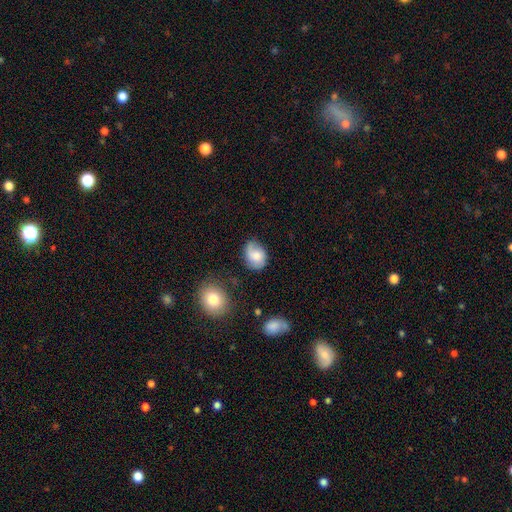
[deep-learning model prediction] smooth 63%, featured or disk 29%, star or artifact 8%. Down the decision tree: how rounded — in between (60%); merging — none (52%).